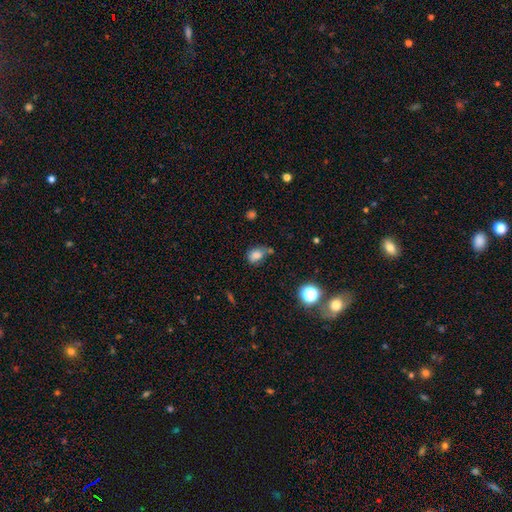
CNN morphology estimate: smooth_or_featured: smooth (p=0.75) [alt: star or artifact p=0.14]
how_rounded: in between (p=0.67) [alt: round p=0.31]
merging: none (p=0.42) [alt: minor disturbance p=0.30]